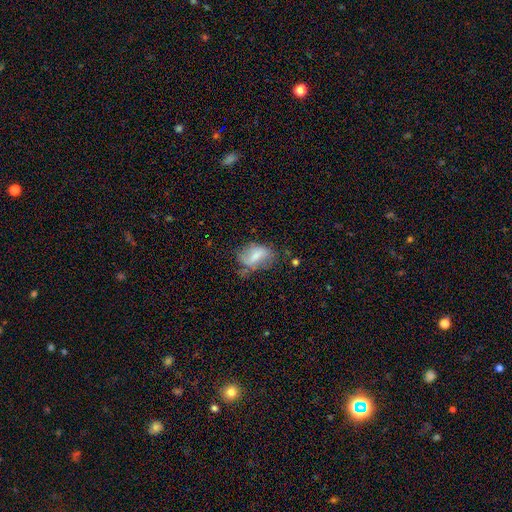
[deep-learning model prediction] A smooth galaxy with no disk features (55%) that is in between round and cigar-shaped (86%). Merging: none (45%).